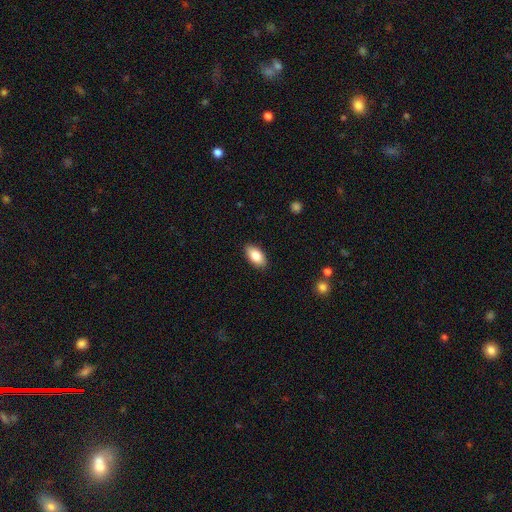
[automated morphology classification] Smooth or featured: smooth — 84% (featured or disk — 9%)
How rounded: in between — 93% (round — 3%)
Merging: none — 88% (minor disturbance — 9%)